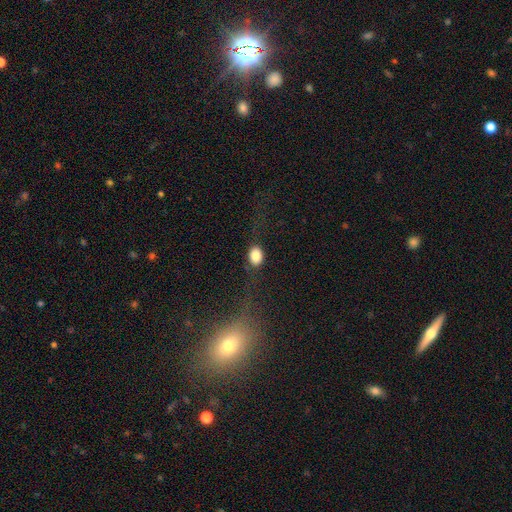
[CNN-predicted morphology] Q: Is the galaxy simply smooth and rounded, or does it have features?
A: smooth — 82%.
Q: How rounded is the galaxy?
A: in between — 69%.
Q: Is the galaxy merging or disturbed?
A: none — 69%.